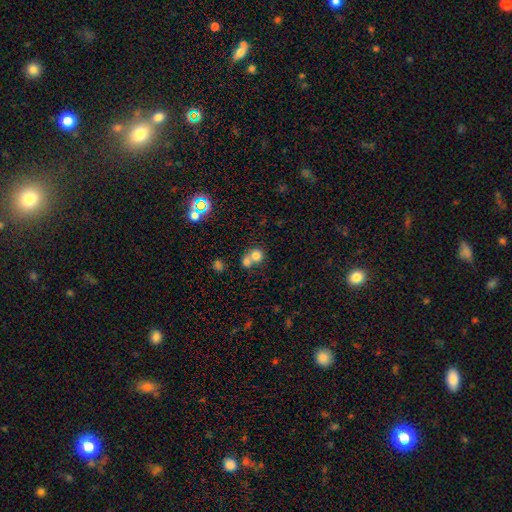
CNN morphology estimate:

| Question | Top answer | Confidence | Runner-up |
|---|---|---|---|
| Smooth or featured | smooth | 73% | star or artifact (14%) |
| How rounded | round | 82% | in between (17%) |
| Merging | merger | 56% | none (35%) |